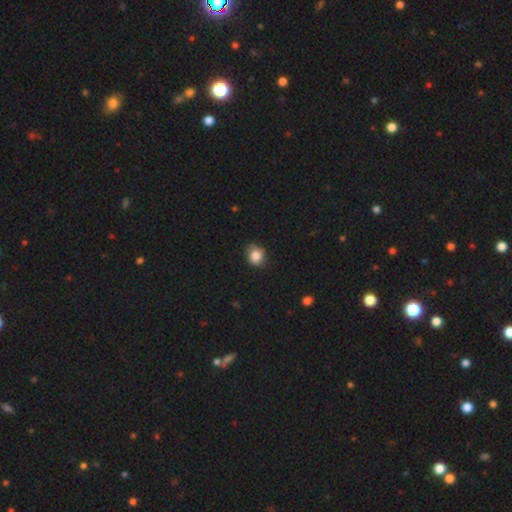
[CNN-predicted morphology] A smooth galaxy with no disk features (84%) that is round (68%). Merging: none (72%).